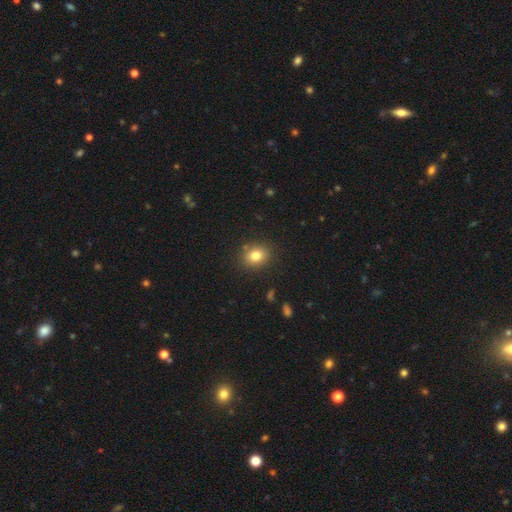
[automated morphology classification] smooth-or-featured: smooth: 81% | star or artifact: 11% | featured or disk: 8%
  how-rounded: round: 59% | in between: 40% | cigar-shaped: 1%
  merging: none: 87% | minor disturbance: 9% | major disturbance: 3% | merger: 2%